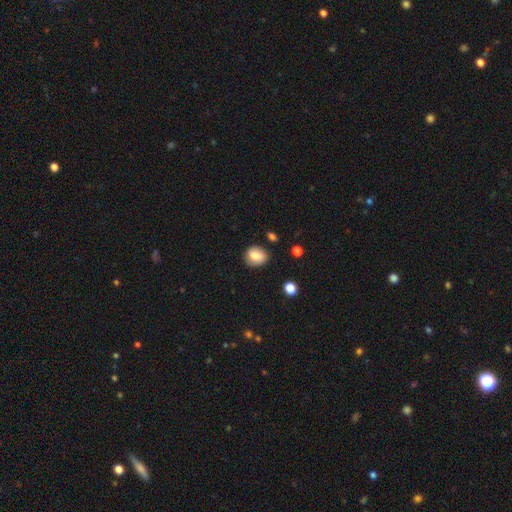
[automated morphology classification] This is likely a smooth galaxy (79%). How rounded: likely round (63%). Merging: clearly none (82%).